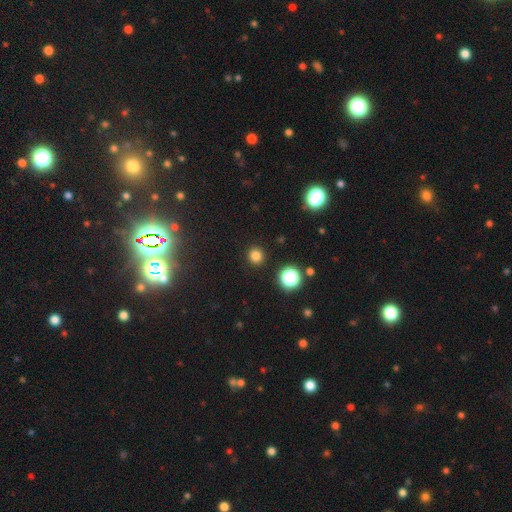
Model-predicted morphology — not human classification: smooth_or_featured: smooth (p=0.79) [alt: star or artifact p=0.17]
how_rounded: round (p=0.93) [alt: in between p=0.06]
merging: none (p=0.92) [alt: minor disturbance p=0.05]